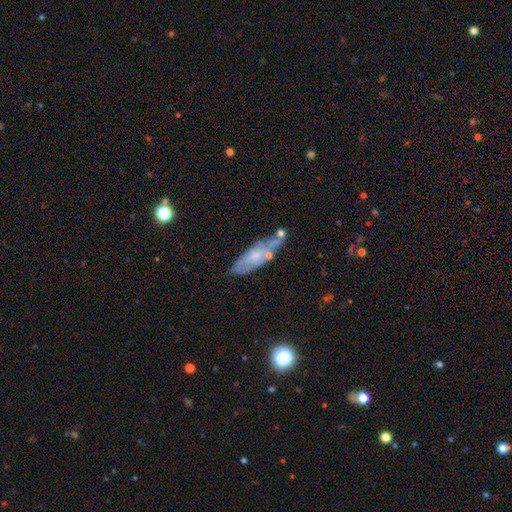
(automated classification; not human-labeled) Smooth or featured: featured or disk — 54% (smooth — 37%)
Edge-on disk: no — 71% (yes — 29%)
Merging: none — 56% (minor disturbance — 25%)